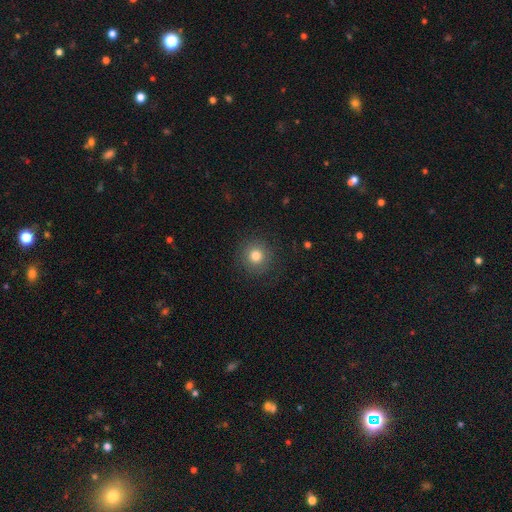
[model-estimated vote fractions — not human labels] Morphology: type=smooth (80%); roundness=round (93%); merging=none (88%).